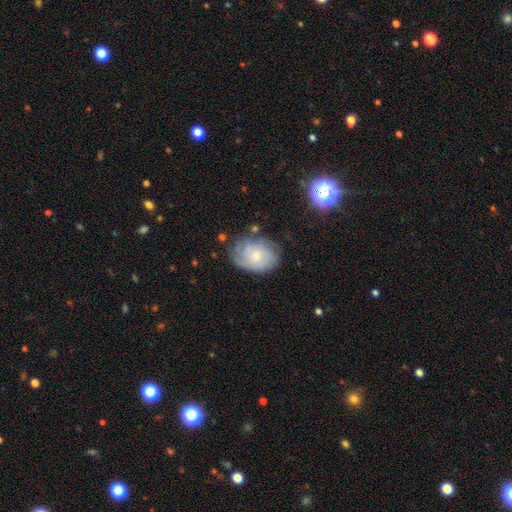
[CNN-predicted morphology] The model was most divided on "smooth or featured": featured or disk: 53%, smooth: 39%, star or artifact: 9%. More confident: edge-on disk — no (96%); bar — no (79%); spiral arms — yes (78%); merging — none (63%); bulge size — small (61%).